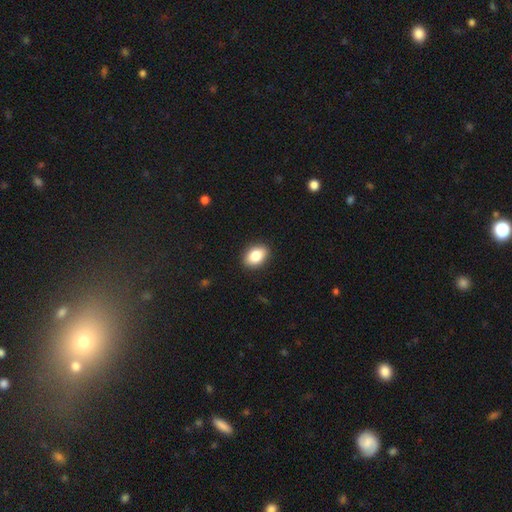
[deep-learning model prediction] Smooth or featured? smooth (85%)
How rounded? in between (81%)
Merging? none (90%)